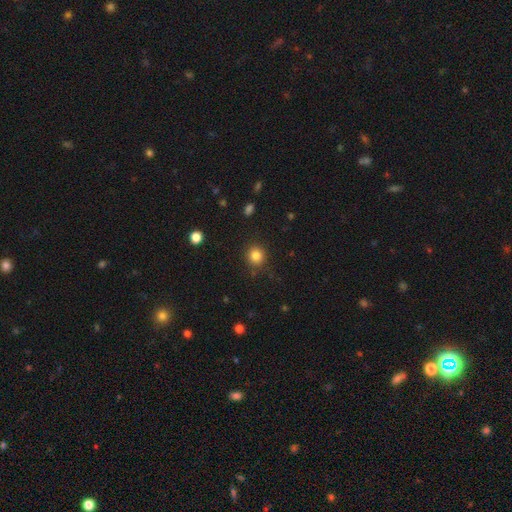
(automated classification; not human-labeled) Smooth or featured? Predicted: smooth (p=0.83). How rounded? Predicted: round (p=0.91). Merging? Predicted: none (p=0.88).